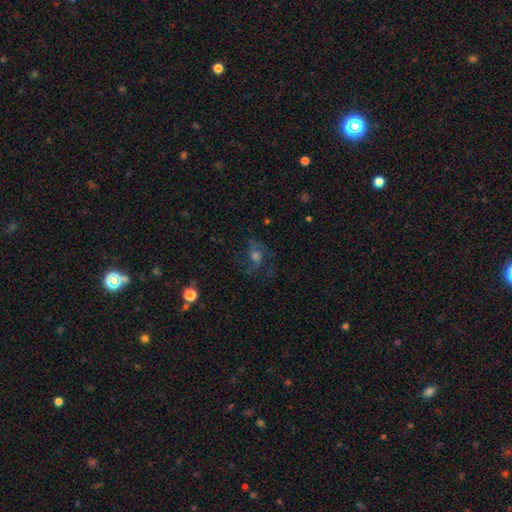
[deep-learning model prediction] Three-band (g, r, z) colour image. It shows a featured or disk galaxy (58%) with no bar (63%), spiral arms (83%) and a moderate central bulge (52%). Merging: none (62%).